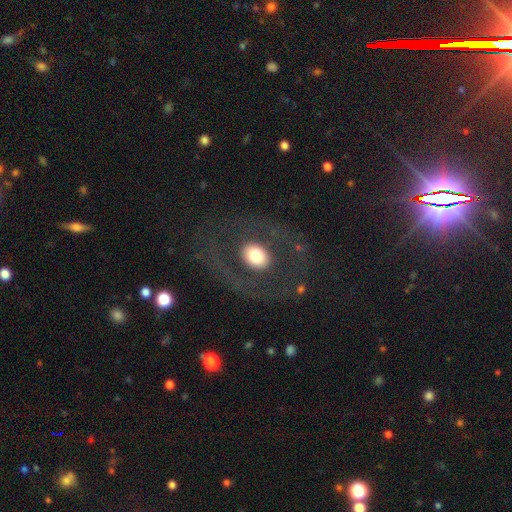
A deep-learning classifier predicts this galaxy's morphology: The model was most divided on "how rounded": in between: 53%, round: 46%, cigar-shaped: 1%. More confident: merging — none (73%); smooth or featured — smooth (60%).